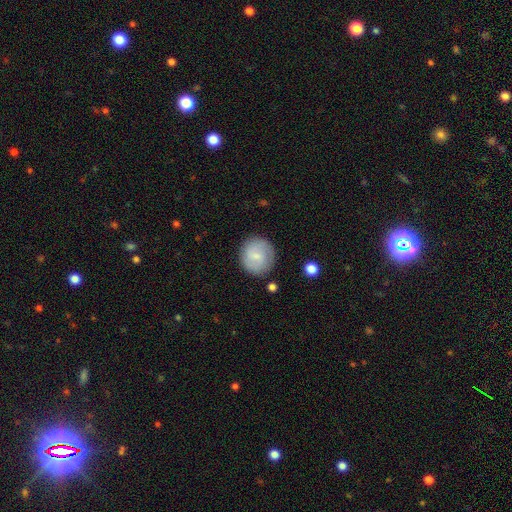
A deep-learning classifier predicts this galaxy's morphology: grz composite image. It shows a smooth galaxy with no disk features (70%) that is round (90%). Merging: none (83%).